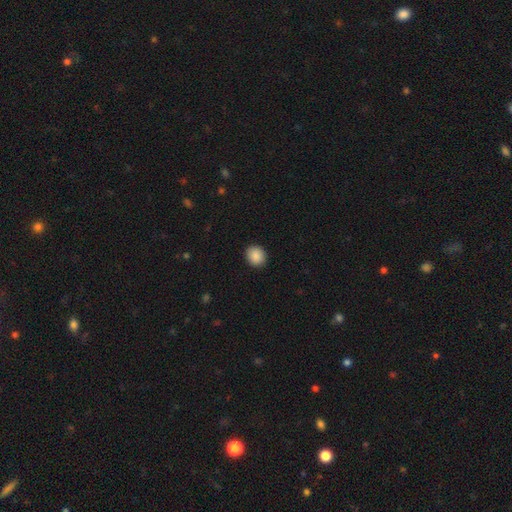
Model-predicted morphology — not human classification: smooth_or_featured: smooth (p=0.89) [alt: star or artifact p=0.08]
how_rounded: round (p=0.80) [alt: in between p=0.19]
merging: none (p=0.91) [alt: minor disturbance p=0.06]